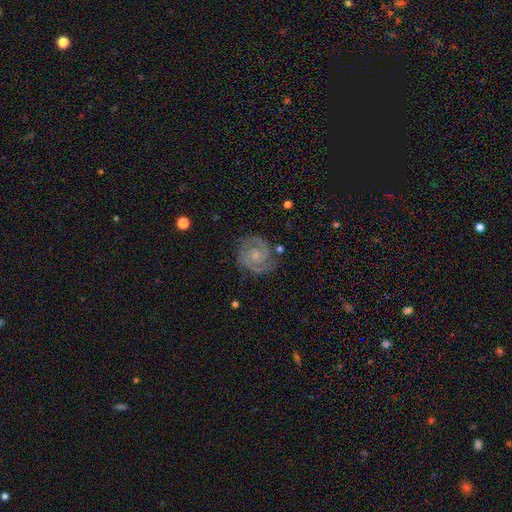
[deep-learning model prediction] Smooth or featured?
  - featured or disk: 89% *
  - smooth: 6%
  - star or artifact: 5%
Edge-on disk?
  - no: 98% *
  - yes: 2%
Bar?
  - no: 69% *
  - weak: 25%
  - strong: 6%
Spiral arms?
  - yes: 98% *
  - no: 2%
Spiral winding?
  - tight: 65% *
  - medium: 31%
  - loose: 4%
Spiral arm count?
  - 2: 86% *
  - 3: 6%
  - can't tell: 4%
  - 1: 2%
  - 4: 1%
  - more than 4: 1%
Bulge size?
  - small: 67% *
  - moderate: 23%
  - none: 7%
  - large: 1%
  - dominant: 1%
Merging?
  - none: 80% *
  - minor disturbance: 14%
  - major disturbance: 4%
  - merger: 2%